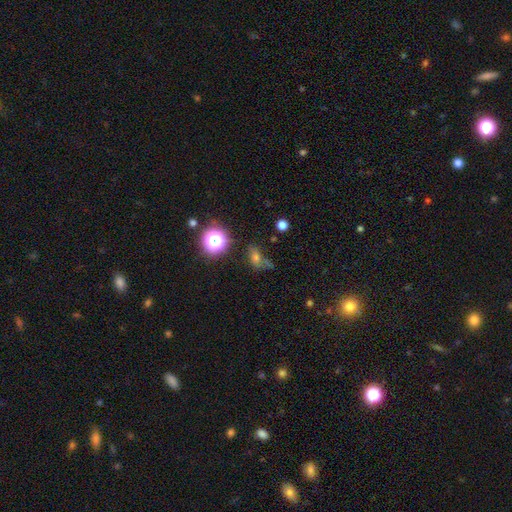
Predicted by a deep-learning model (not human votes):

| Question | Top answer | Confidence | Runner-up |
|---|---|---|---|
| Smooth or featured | star or artifact | 55% | smooth (34%) |